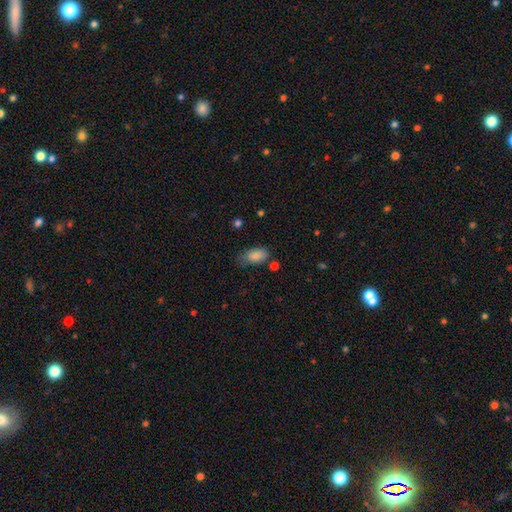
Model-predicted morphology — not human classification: The model was most divided on "merging": none: 59%, minor disturbance: 30%, major disturbance: 8%, merger: 4%. More confident: how rounded — in between (91%); smooth or featured — smooth (86%).